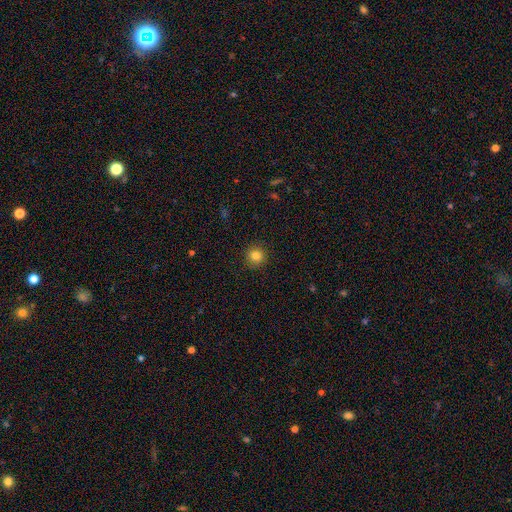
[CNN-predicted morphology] smooth 84%, star or artifact 11%, featured or disk 5%. Down the decision tree: how rounded — round (91%); merging — none (90%).